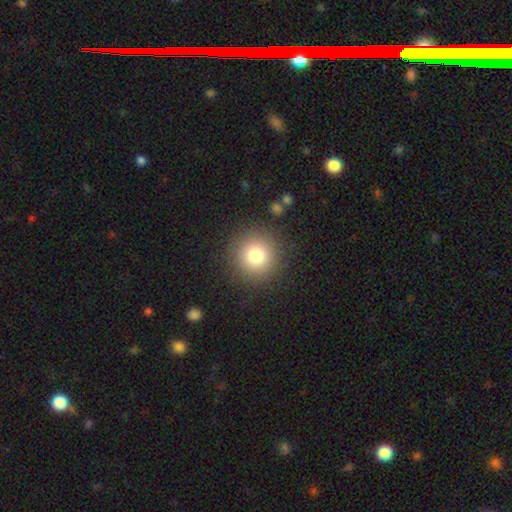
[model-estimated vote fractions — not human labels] This is likely a smooth galaxy (80%). How rounded: clearly round (95%). Merging: clearly none (88%).